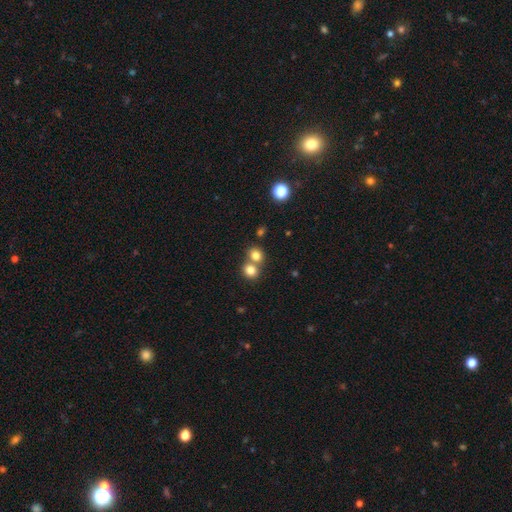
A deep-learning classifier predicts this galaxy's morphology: smooth 79%, star or artifact 13%, featured or disk 8%. Down the decision tree: how rounded — round (78%); merging — merger (46%, tied with none).